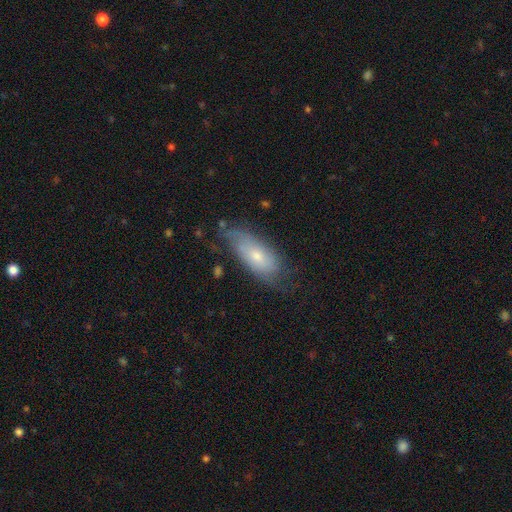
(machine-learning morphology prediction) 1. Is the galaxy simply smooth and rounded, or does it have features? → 48% smooth, 45% featured or disk, 7% star or artifact.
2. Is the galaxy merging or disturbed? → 60% none, 28% minor disturbance, 10% major disturbance, 2% merger.